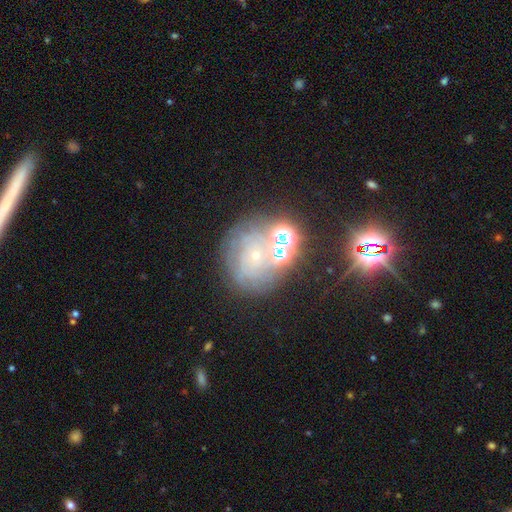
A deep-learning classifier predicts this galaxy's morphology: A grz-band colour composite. It shows a featured or disk galaxy (45%). Merging: none (55%).